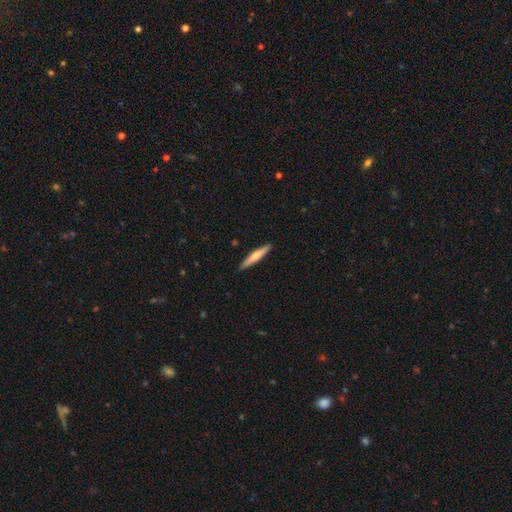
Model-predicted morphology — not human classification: Overall: smooth (57%; featured or disk 38%). How rounded: cigar-shaped (91%). Merging: none (91%).